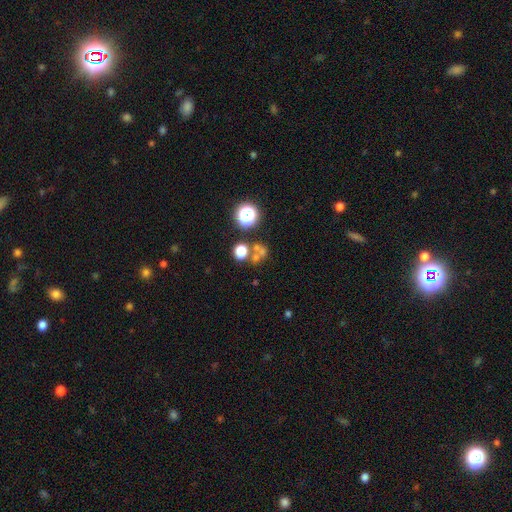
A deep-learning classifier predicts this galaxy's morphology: A smooth galaxy with no disk features (47%).

Vote fractions:
- Smooth or featured? smooth: 47% / star or artifact: 39% / featured or disk: 14%
- Merging? none: 53% / merger: 31% / minor disturbance: 8% / major disturbance: 8%